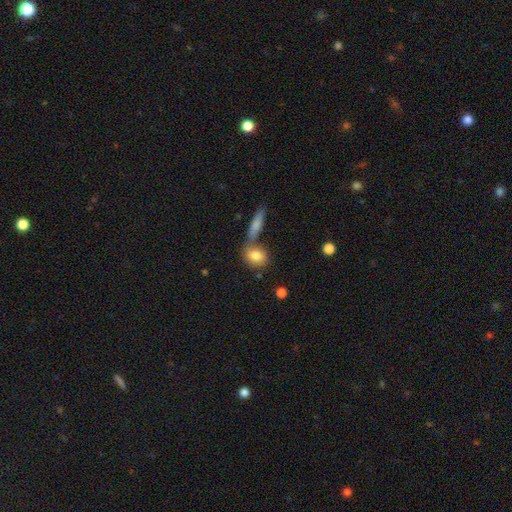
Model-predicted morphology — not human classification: The model was most divided on "how rounded": in between: 53%, round: 41%, cigar-shaped: 6%. More confident: smooth or featured — smooth (79%); merging — none (54%).